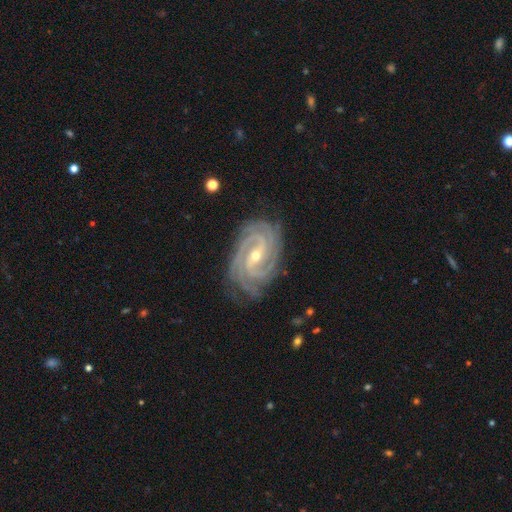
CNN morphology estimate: The model was most divided on "spiral arm count": 3: 30%, 4: 28%, 2: 17%, can't tell: 10%, more than 4: 8%, 1: 7%. Remaining: spiral arms — yes (99%); edge-on disk — no (98%); smooth or featured — featured or disk (94%); merging — none (79%); spiral winding — tight (76%); bulge size — small (57%); bar — weak (42%).